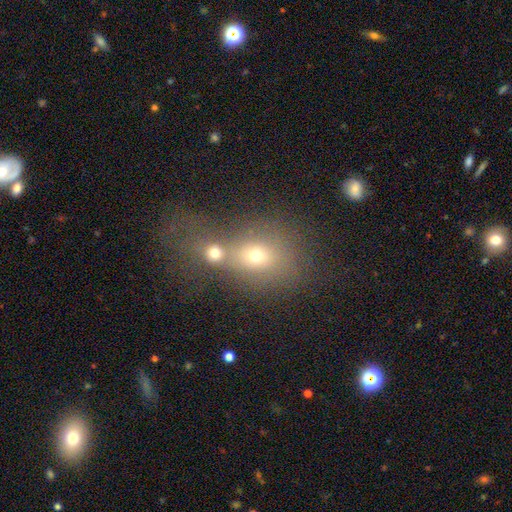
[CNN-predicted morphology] smooth 56%, star or artifact 26%, featured or disk 18%. Down the decision tree: how rounded — round (56%); merging — merger (57%).